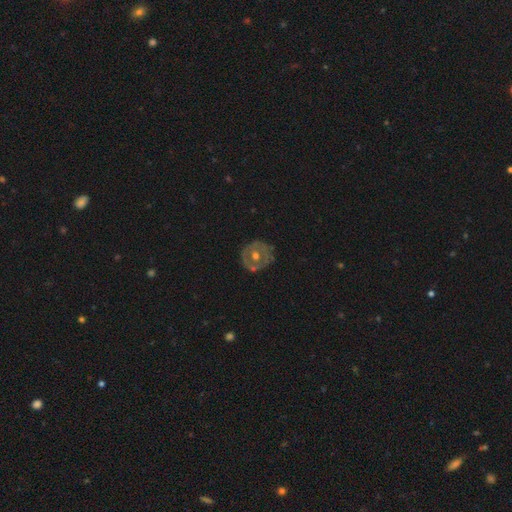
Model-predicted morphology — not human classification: Q: Smooth or featured?
A: featured or disk (59%); runner-up: smooth (35%)
Q: Edge-on disk?
A: no (96%); runner-up: yes (4%)
Q: Bar?
A: no (86%); runner-up: weak (10%)
Q: Spiral arms?
A: no (83%); runner-up: yes (17%)
Q: Bulge size?
A: moderate (77%); runner-up: small (15%)
Q: Merging?
A: none (78%); runner-up: minor disturbance (16%)